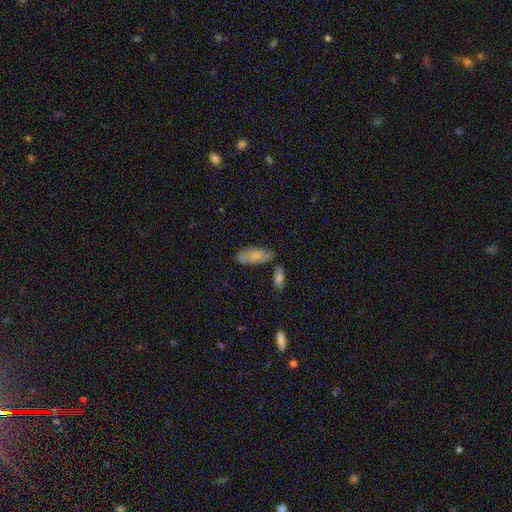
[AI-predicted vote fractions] A smooth galaxy with no disk features (68%) that is in between round and cigar-shaped (87%).

Vote fractions:
- Smooth or featured? smooth: 68% / featured or disk: 26% / star or artifact: 7%
- How rounded? in between: 87% / cigar-shaped: 10% / round: 2%
- Merging? none: 55% / minor disturbance: 22% / merger: 16% / major disturbance: 7%